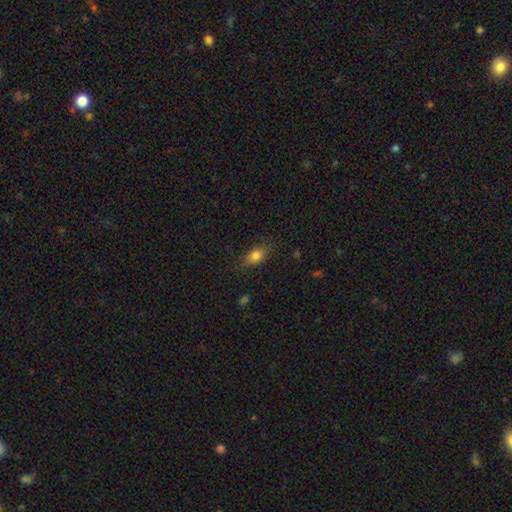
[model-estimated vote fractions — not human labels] Smooth or featured? smooth (81%)
How rounded? in between (80%)
Merging? none (77%)